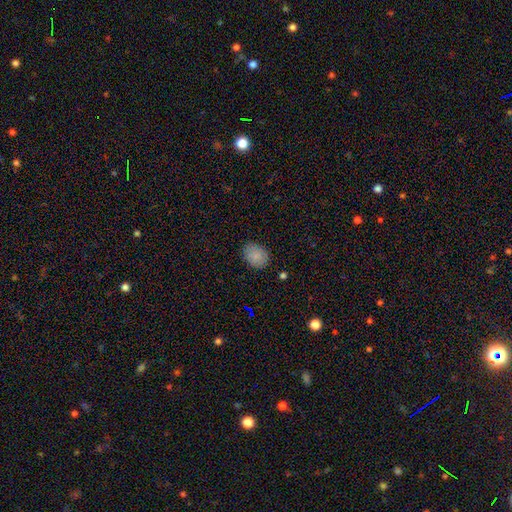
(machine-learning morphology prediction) This is clearly a smooth galaxy (85%). How rounded: likely in between (67%). Merging: clearly none (84%).